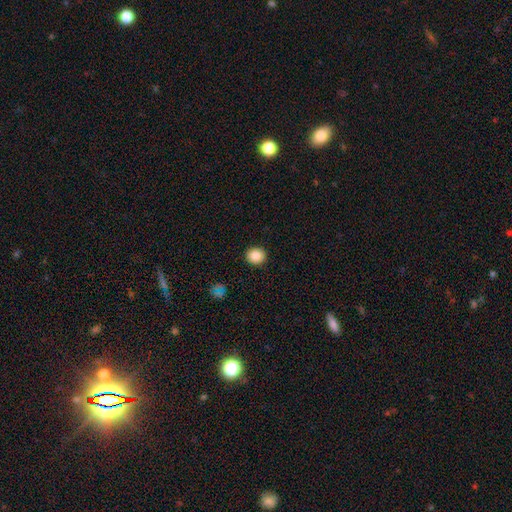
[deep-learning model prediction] Smooth or featured? Predicted: smooth (p=0.87). How rounded? Predicted: round (p=0.84). Merging? Predicted: none (p=0.92).